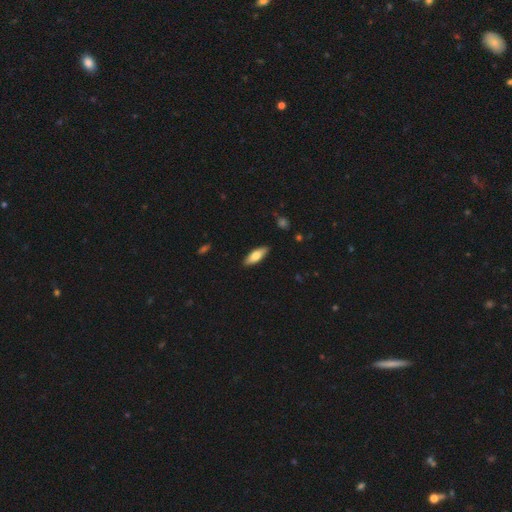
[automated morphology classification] type=smooth (71%); roundness=in between (64%); merging=none (88%).